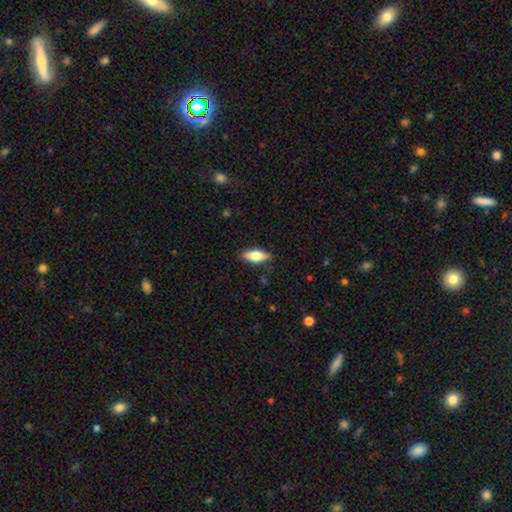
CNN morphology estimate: A smooth galaxy with no disk features (68%) that is in between round and cigar-shaped (77%).

Vote fractions:
- Smooth or featured? smooth: 68% / featured or disk: 26% / star or artifact: 7%
- How rounded? in between: 77% / cigar-shaped: 20% / round: 3%
- Merging? none: 84% / minor disturbance: 12% / major disturbance: 3% / merger: 1%